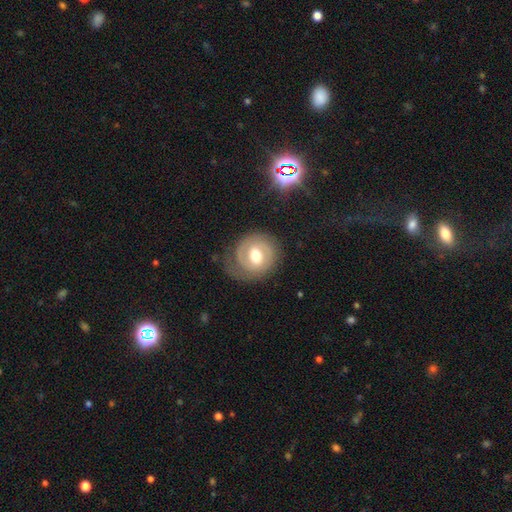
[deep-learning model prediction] smooth-or-featured: featured or disk: 65% | smooth: 29% | star or artifact: 6%
  disk-edge-on: no: 97% | yes: 3%
    bar: weak: 47% | no: 36% | strong: 17%
    has-spiral-arms: yes: 76% | no: 24%
    bulge-size: moderate: 70% | large: 22% | small: 6% | dominant: 1% | none: 1%
  merging: none: 67% | minor disturbance: 19% | major disturbance: 12% | merger: 1%